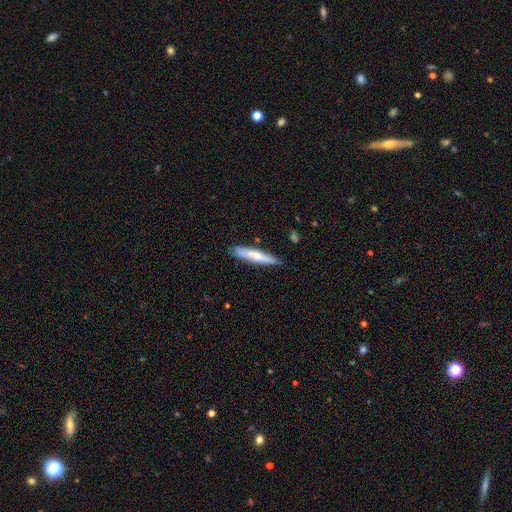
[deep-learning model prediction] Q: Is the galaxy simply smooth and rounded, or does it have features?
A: smooth — 59%.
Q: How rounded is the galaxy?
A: cigar-shaped — 90%.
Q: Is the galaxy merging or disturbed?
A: none — 83%.